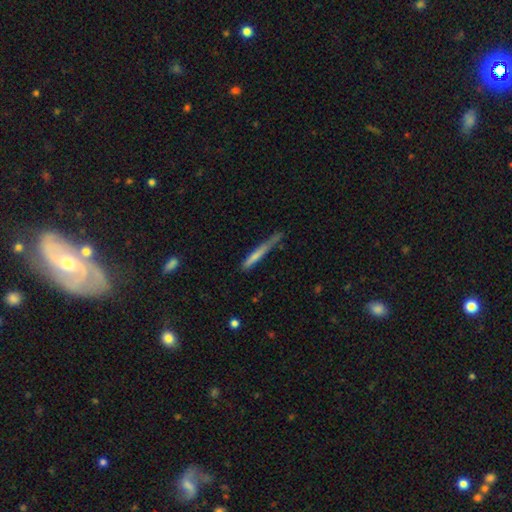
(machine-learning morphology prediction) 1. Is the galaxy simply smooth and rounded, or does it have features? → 66% smooth, 27% featured or disk, 7% star or artifact.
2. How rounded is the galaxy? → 95% cigar-shaped, 3% in between, 1% round.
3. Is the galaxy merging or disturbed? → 56% none, 29% minor disturbance, 10% major disturbance, 4% merger.